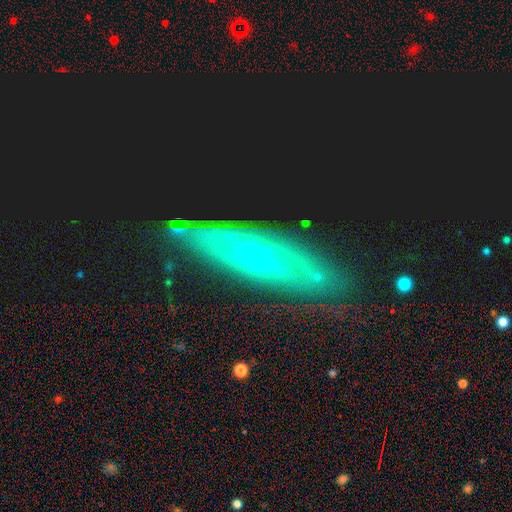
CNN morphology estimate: Smooth or featured?
  - featured or disk: 64% *
  - smooth: 22%
  - star or artifact: 15%
Edge-on disk?
  - no: 57% *
  - yes: 43%
Merging?
  - none: 77% *
  - minor disturbance: 15%
  - major disturbance: 5%
  - merger: 2%